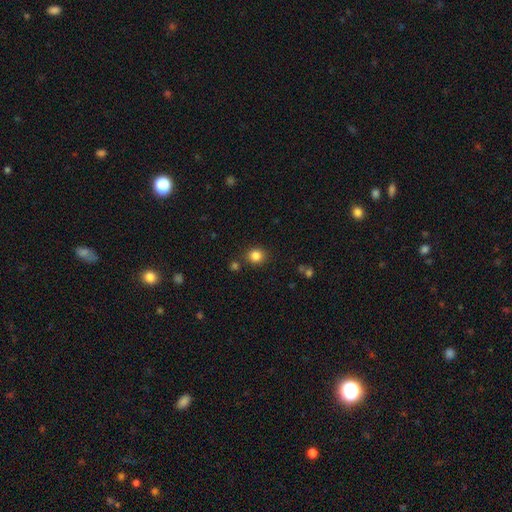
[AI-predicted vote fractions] This is clearly a smooth galaxy (84%). How rounded: clearly round (88%). Merging: clearly none (84%).